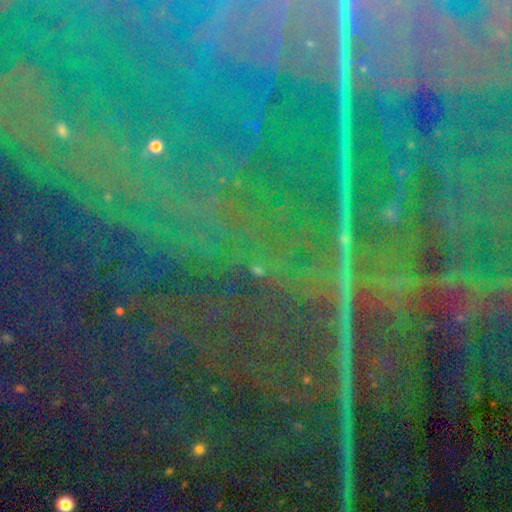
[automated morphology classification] Smooth or featured? star or artifact (88%)